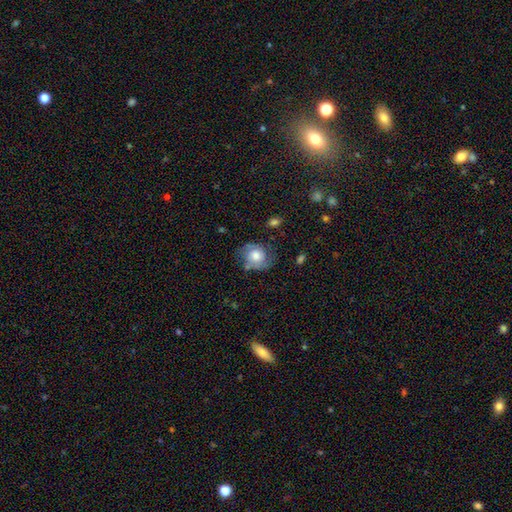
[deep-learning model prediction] Q: Smooth or featured?
A: featured or disk (46%); runner-up: smooth (45%)
Q: Merging?
A: none (66%); runner-up: minor disturbance (22%)